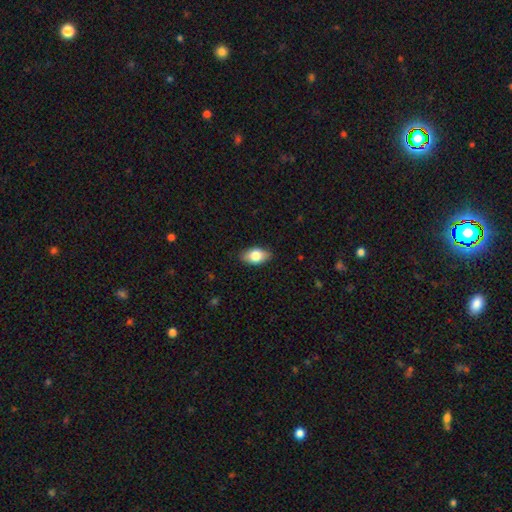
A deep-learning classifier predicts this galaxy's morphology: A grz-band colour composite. It shows a smooth galaxy with no disk features (77%) that is in between round and cigar-shaped (90%). Merging: none (85%).